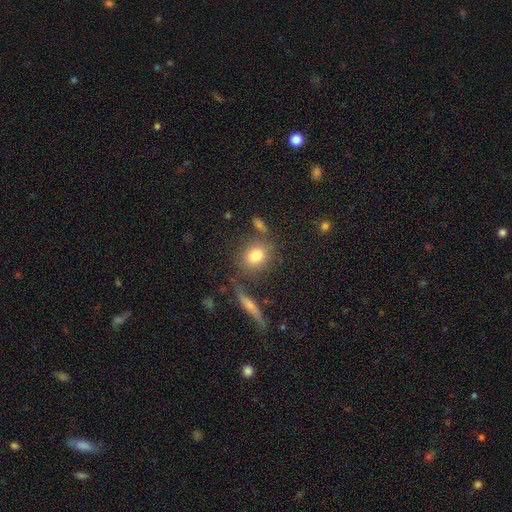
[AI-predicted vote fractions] Smooth or featured: smooth — 79% (featured or disk — 11%)
How rounded: round — 64% (in between — 33%)
Merging: none — 71% (minor disturbance — 13%)